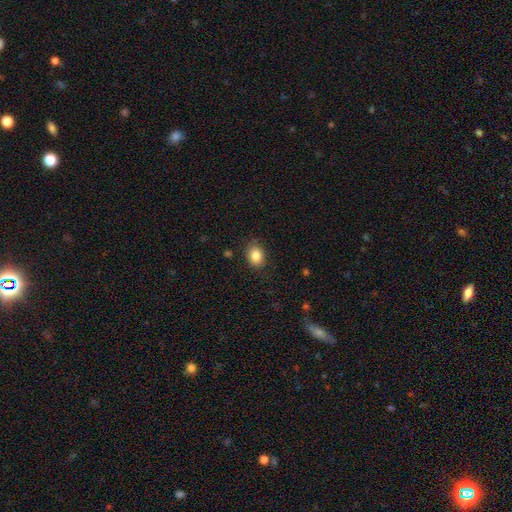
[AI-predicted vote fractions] This is clearly a smooth galaxy (85%). How rounded: likely in between (63%). Merging: clearly none (83%).